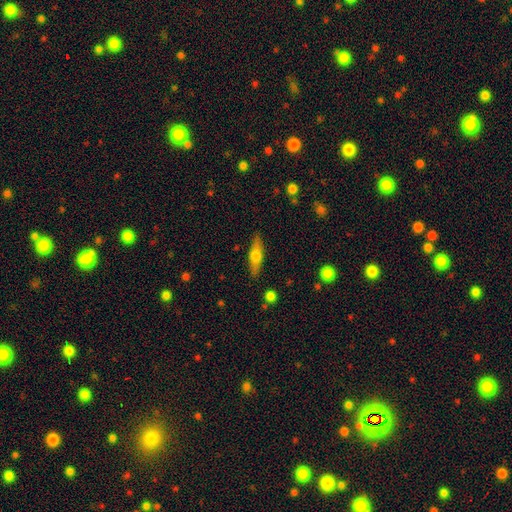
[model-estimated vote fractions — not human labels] smooth_or_featured: smooth (p=0.53) [alt: featured or disk p=0.41]
how_rounded: cigar-shaped (p=0.61) [alt: in between p=0.36]
merging: none (p=0.87) [alt: minor disturbance p=0.09]